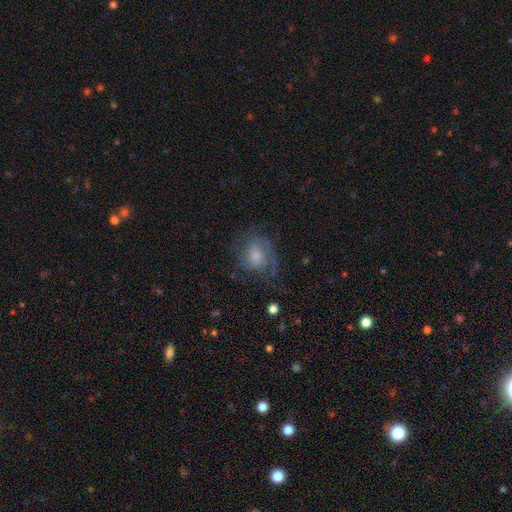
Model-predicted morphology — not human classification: type=featured or disk (54%); edge-on=no (97%); bar=no (61%); spiral arms=yes (83%); bulge=moderate (43%); merging=none (60%).